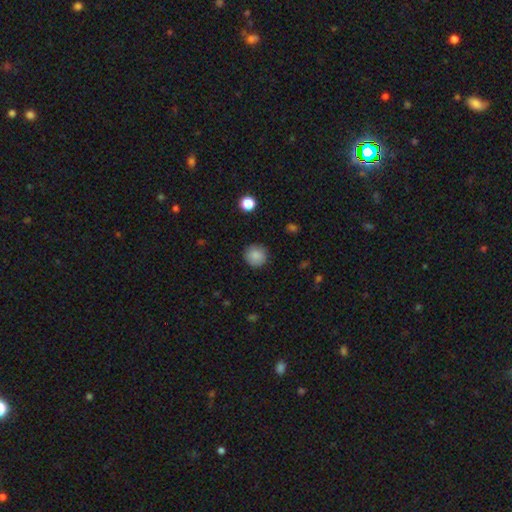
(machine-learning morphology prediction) Smooth or featured? Predicted: smooth (p=0.86). How rounded? Predicted: round (p=0.94). Merging? Predicted: none (p=0.89).